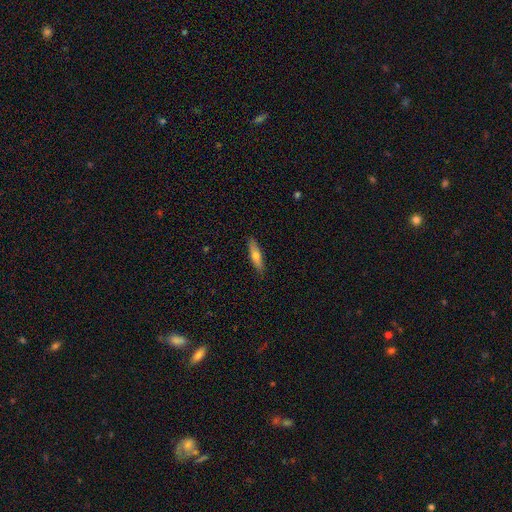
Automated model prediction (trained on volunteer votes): This appears to be a smooth galaxy with no disk features (64%) that is cigar-shaped (74%). Merging: none (89%).